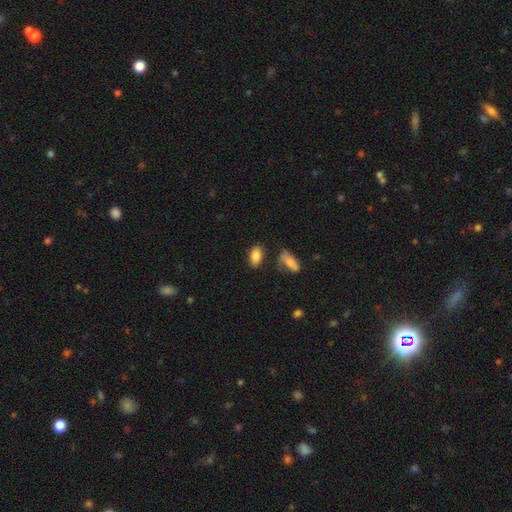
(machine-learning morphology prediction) This is clearly a smooth galaxy (87%). How rounded: clearly in between (92%). Merging: likely none (78%).